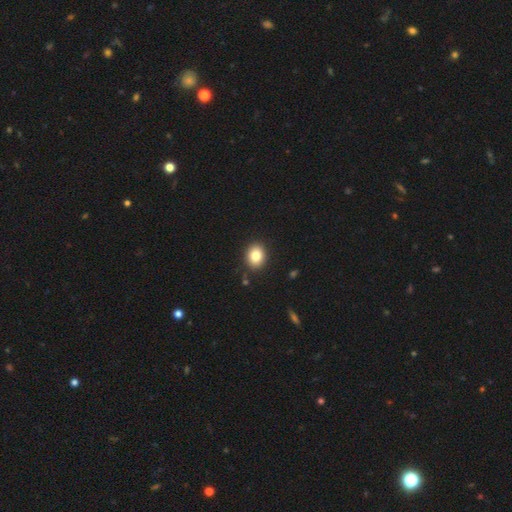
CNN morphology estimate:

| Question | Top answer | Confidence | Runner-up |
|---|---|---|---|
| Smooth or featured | smooth | 82% | star or artifact (9%) |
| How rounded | in between | 52% | round (47%) |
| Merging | none | 88% | minor disturbance (8%) |